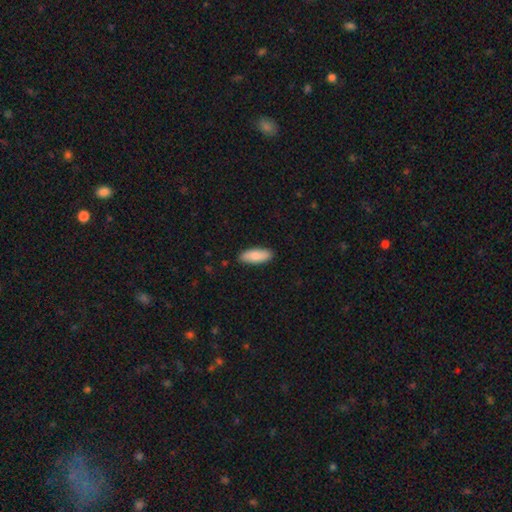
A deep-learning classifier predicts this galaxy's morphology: Overall: smooth (84%). How rounded: in between (75%). Merging: none (88%).